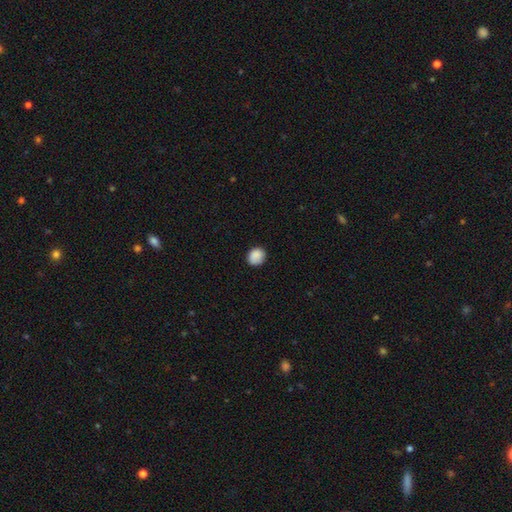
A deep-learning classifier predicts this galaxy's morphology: smooth 88%, star or artifact 8%, featured or disk 4%. Down the decision tree: how rounded — round (68%); merging — none (81%).